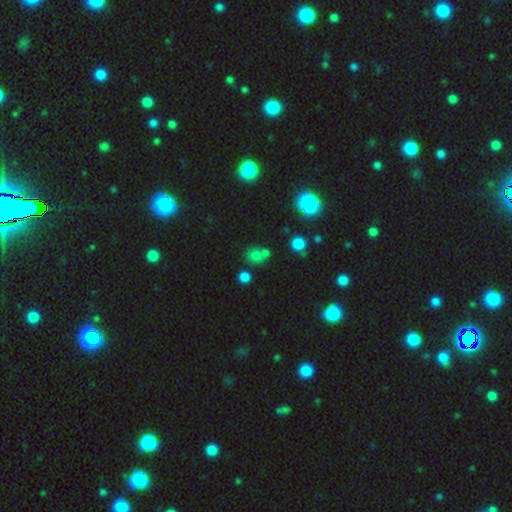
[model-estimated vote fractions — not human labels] A smooth galaxy with no disk features (64%) that is round (74%). Merging: none (52%).